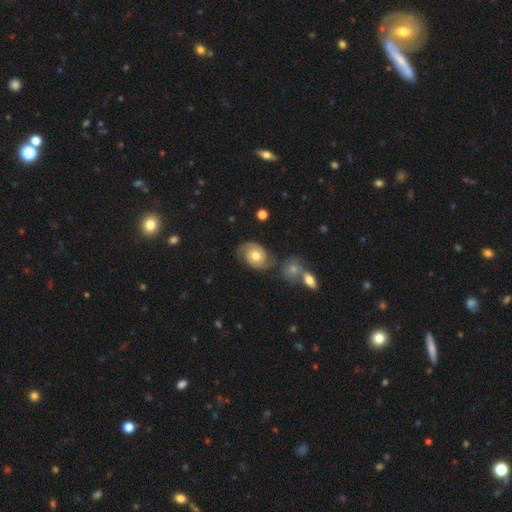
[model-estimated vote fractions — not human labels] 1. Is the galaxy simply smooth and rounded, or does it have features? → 74% featured or disk, 19% smooth, 7% star or artifact.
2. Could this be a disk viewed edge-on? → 97% no, 3% yes.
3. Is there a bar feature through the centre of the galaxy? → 78% no, 18% weak, 3% strong.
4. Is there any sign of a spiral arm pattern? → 91% yes, 9% no.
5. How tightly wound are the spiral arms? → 44% tight, 42% medium, 14% loose.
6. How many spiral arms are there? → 87% 2, 6% can't tell, 2% 1, 2% 3, 1% 4, 1% more than 4.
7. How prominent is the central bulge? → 77% moderate, 11% large, 9% small, 1% dominant, 1% none.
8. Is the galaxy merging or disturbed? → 70% none, 16% minor disturbance, 7% merger, 6% major disturbance.